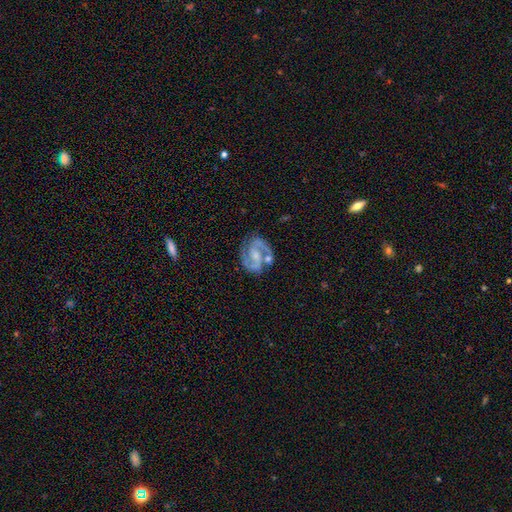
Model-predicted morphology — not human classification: smooth-or-featured: featured or disk: 89% | smooth: 6% | star or artifact: 5%
  disk-edge-on: no: 98% | yes: 2%
    bar: weak: 45% | no: 34% | strong: 21%
    has-spiral-arms: yes: 97% | no: 3%
      spiral-winding: medium: 61% | tight: 25% | loose: 14%
      spiral-arm-count: 2: 92% | can't tell: 2% | 3: 2% | 1: 2% | 4: 1% | more than 4: 1%
    bulge-size: small: 43% | moderate: 38% | none: 13% | large: 4% | dominant: 1%
  merging: none: 68% | minor disturbance: 16% | merger: 10% | major disturbance: 6%